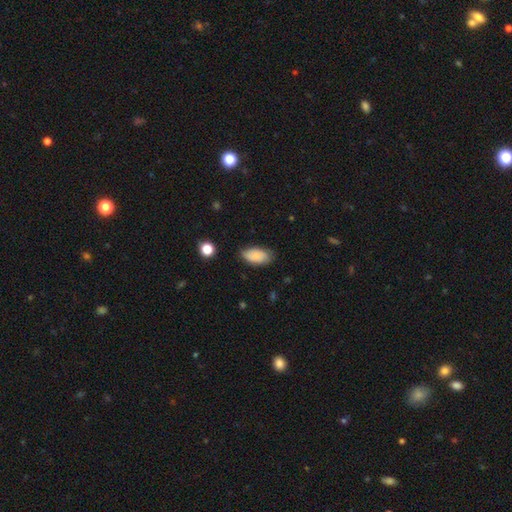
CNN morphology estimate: smooth-or-featured: smooth: 76% | featured or disk: 17% | star or artifact: 7%
  how-rounded: in between: 93% | round: 3% | cigar-shaped: 3%
  merging: none: 73% | minor disturbance: 22% | major disturbance: 4% | merger: 1%